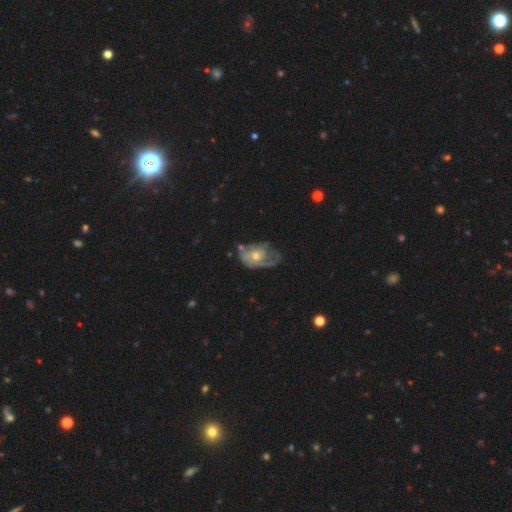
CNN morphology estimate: Smooth or featured? featured or disk (66%)
Edge-on disk? no (95%)
Bar? no (79%)
Spiral arms? yes (68%)
Bulge size? moderate (57%)
Merging? none (41%)